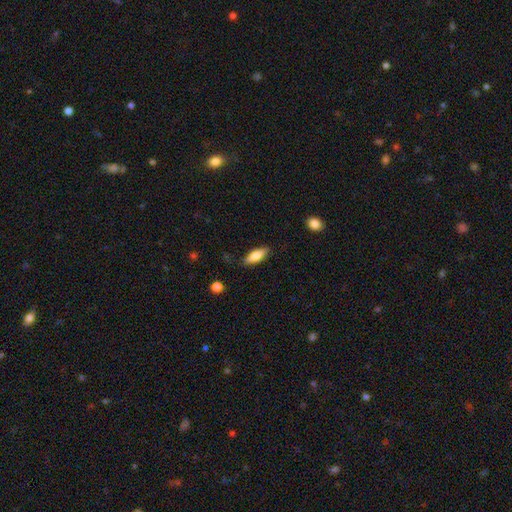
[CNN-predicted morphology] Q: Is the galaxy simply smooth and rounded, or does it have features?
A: smooth — 71%.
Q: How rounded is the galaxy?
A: in between — 63%.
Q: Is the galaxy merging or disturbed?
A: none — 84%.